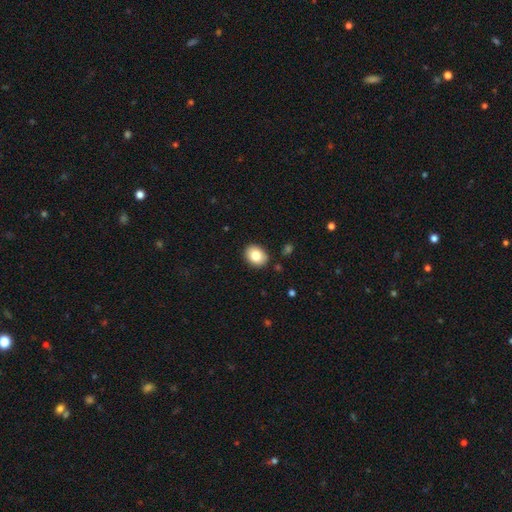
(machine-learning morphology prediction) A smooth galaxy with no disk features (81%) that is in between round and cigar-shaped (57%). Merging: none (87%).